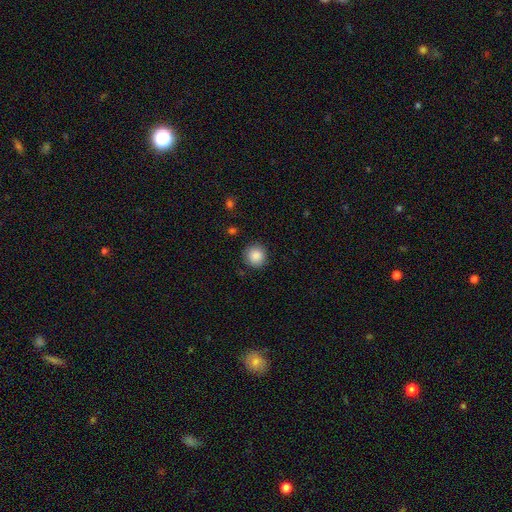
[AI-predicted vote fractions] This is clearly a smooth galaxy (88%). How rounded: clearly round (94%). Merging: clearly none (89%).